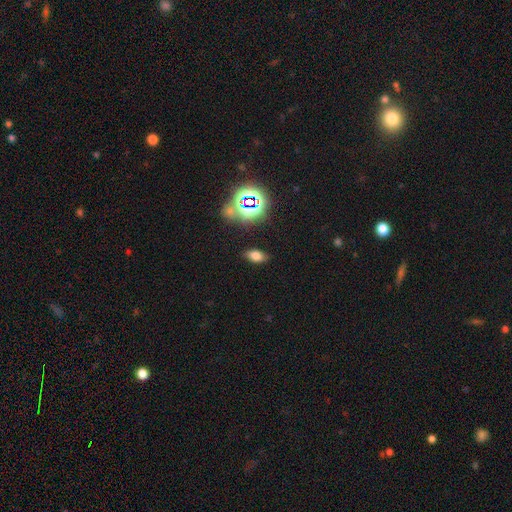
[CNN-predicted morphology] Overall: smooth (66%). How rounded: in between (86%). Merging: none (84%).